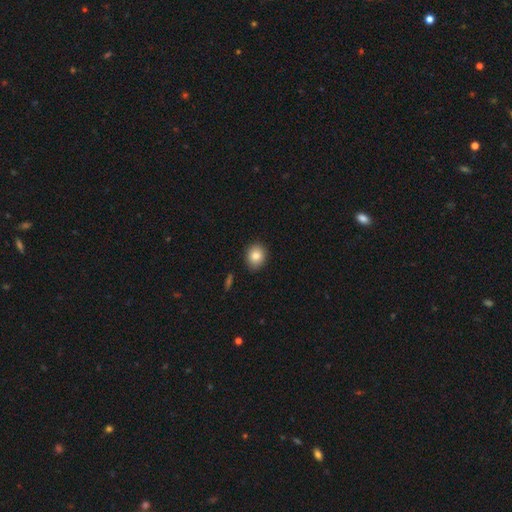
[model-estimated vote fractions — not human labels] Morphology: type=smooth (83%); roundness=round (70%); merging=none (89%).